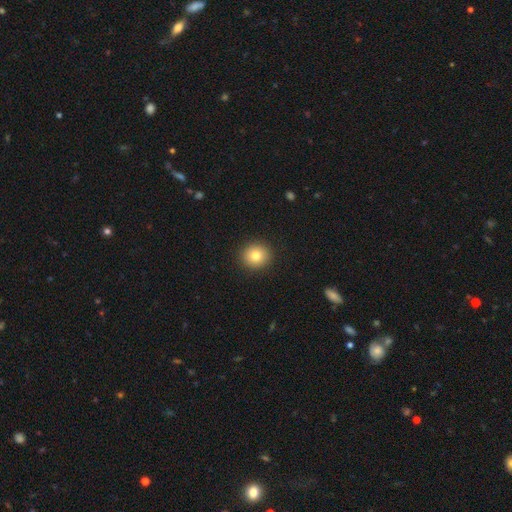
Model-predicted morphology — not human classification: smooth 80%, star or artifact 11%, featured or disk 10%. Down the decision tree: how rounded — round (87%); merging — none (92%).